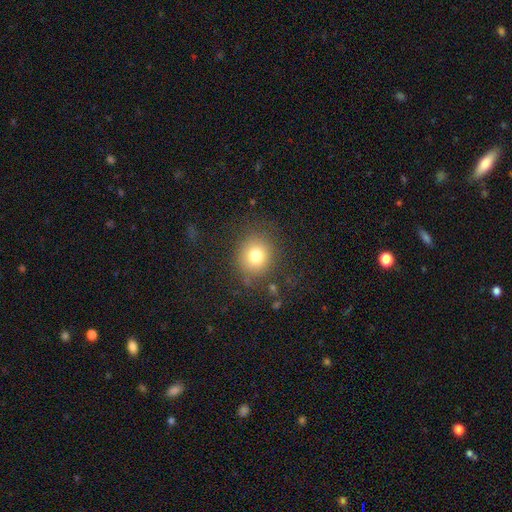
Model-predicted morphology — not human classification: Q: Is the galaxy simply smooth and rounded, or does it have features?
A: smooth — 77%.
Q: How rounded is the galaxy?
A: round — 83%.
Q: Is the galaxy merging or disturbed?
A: none — 82%.